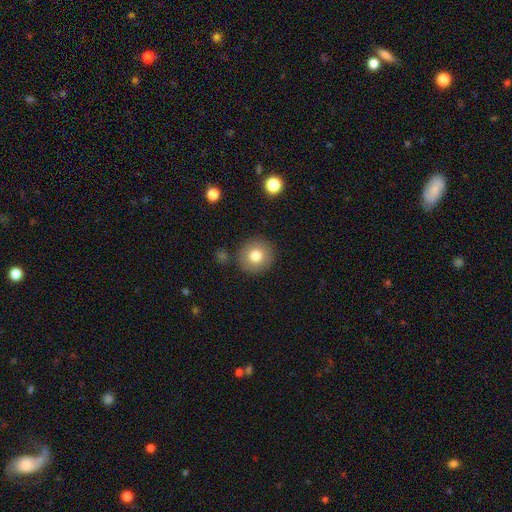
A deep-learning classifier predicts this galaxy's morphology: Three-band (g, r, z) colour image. It shows a smooth galaxy with no disk features (79%) that is round (92%). Merging: none (87%).